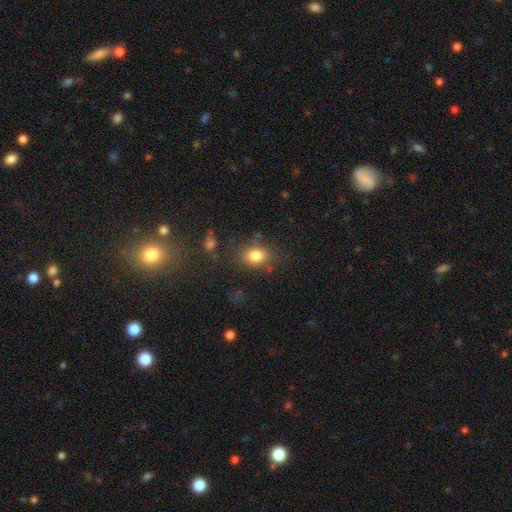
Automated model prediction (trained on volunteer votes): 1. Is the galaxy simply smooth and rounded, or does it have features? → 81% smooth, 11% star or artifact, 8% featured or disk.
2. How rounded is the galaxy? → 50% round, 49% in between, 1% cigar-shaped.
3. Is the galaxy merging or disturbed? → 74% none, 14% minor disturbance, 6% major disturbance, 5% merger.